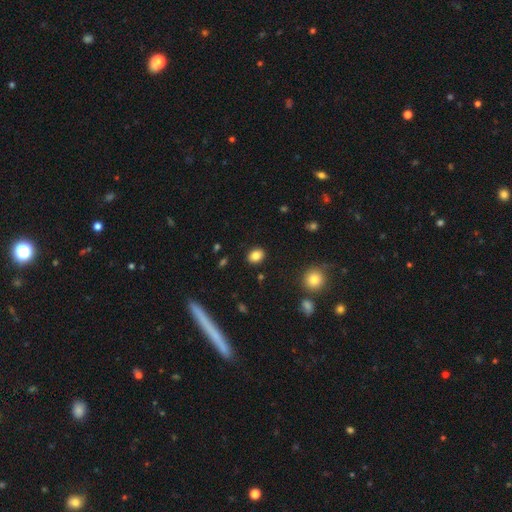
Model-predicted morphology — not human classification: Smooth or featured? Predicted: smooth (p=0.84). How rounded? Predicted: in between (p=0.58). Merging? Predicted: none (p=0.89).